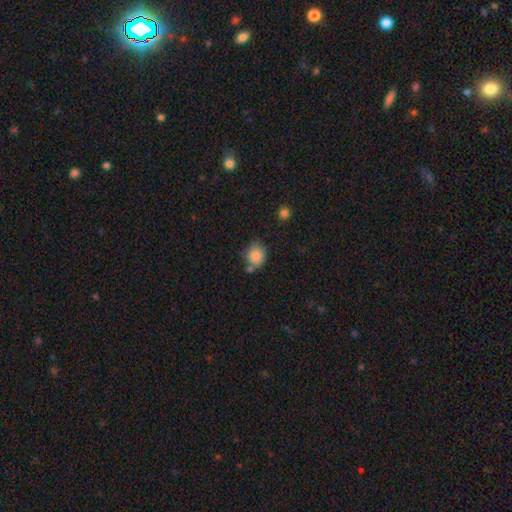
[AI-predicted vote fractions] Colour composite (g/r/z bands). It shows a smooth galaxy with no disk features (85%) that is round (72%). Merging: none (63%).